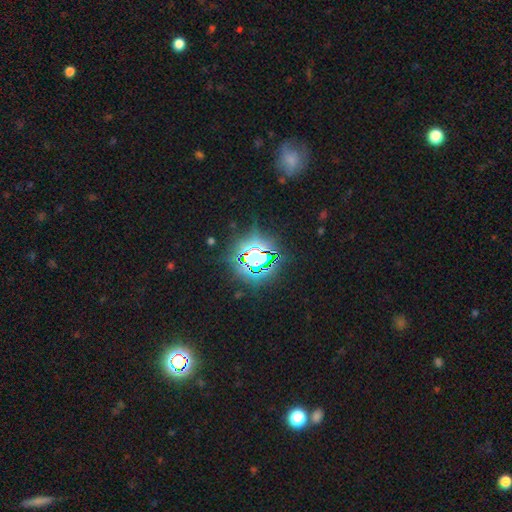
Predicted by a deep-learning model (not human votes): Morphology: type=star or artifact (80%).